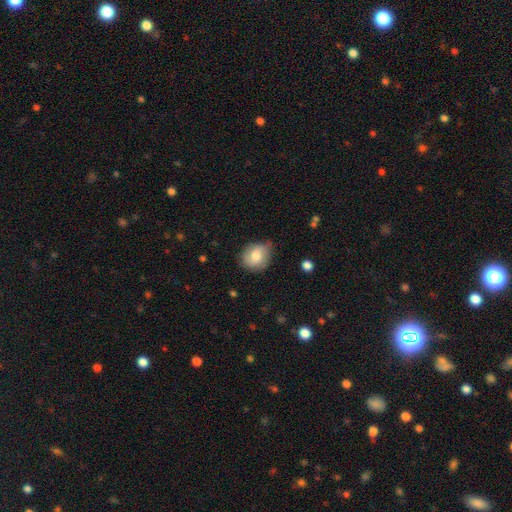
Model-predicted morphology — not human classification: This is likely a smooth galaxy (77%). How rounded: likely round (62%). Merging: likely none (61%).